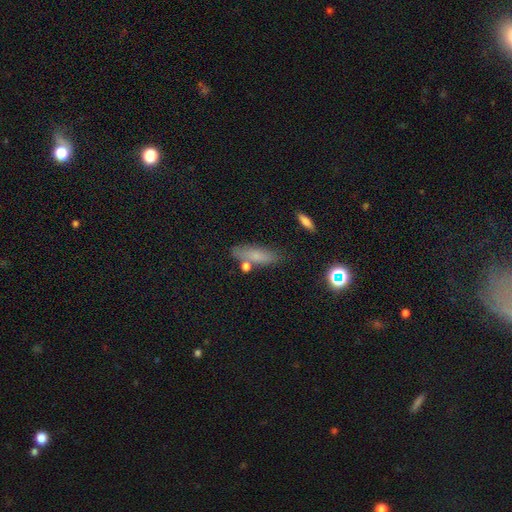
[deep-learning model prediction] Morphology: type=smooth (72%); roundness=in between (51%); merging=none (73%).